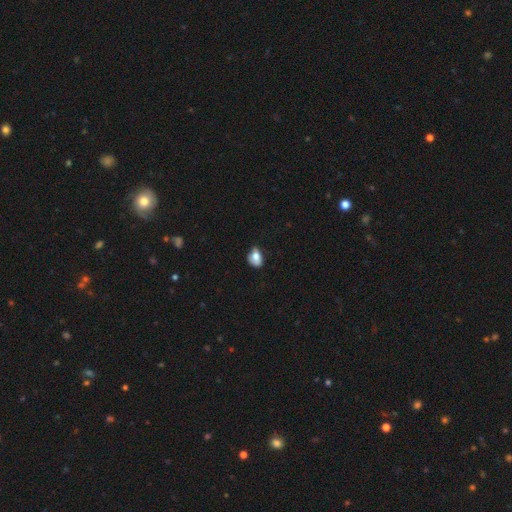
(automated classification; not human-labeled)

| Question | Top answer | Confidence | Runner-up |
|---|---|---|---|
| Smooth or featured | smooth | 74% | featured or disk (18%) |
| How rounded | in between | 76% | round (23%) |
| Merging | none | 47% | minor disturbance (38%) |